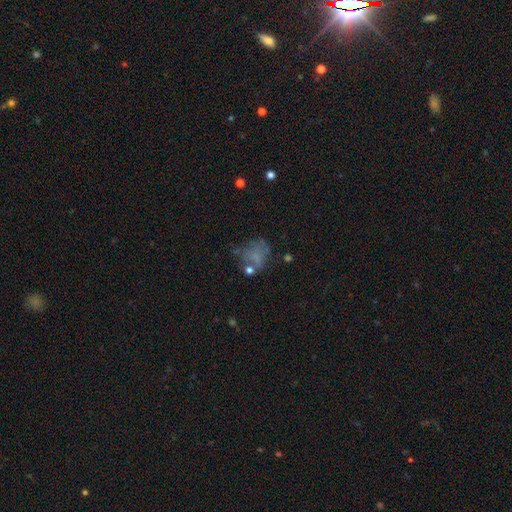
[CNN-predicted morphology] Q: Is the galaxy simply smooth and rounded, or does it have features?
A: smooth — 50%.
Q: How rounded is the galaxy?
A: round — 53%.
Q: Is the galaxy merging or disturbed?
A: none — 41%.